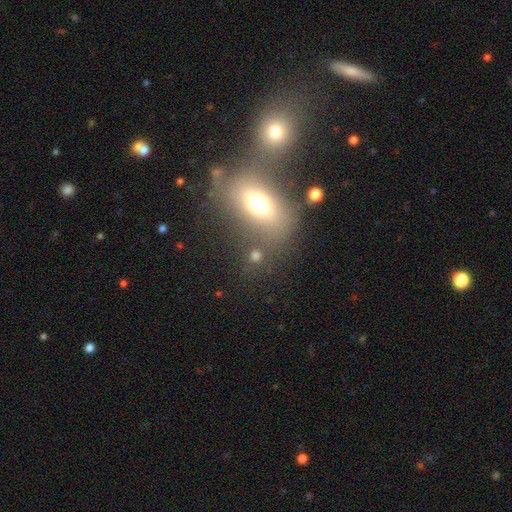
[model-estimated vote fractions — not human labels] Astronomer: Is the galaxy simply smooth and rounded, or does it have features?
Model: smooth — 62%.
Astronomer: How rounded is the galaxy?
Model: round — 56% (runner-up: in between, 39%).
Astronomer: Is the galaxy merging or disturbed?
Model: none — 64%.